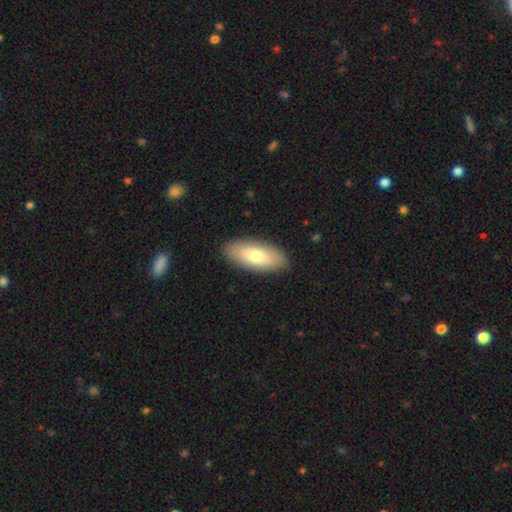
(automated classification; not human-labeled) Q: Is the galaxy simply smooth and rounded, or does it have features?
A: smooth — 72%.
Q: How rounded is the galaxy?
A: in between — 84%.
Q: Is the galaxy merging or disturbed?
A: none — 89%.